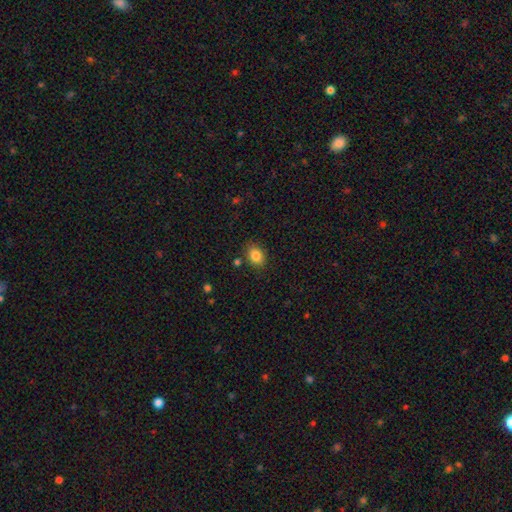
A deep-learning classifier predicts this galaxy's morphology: Smooth or featured? smooth (84%)
How rounded? in between (67%)
Merging? none (82%)